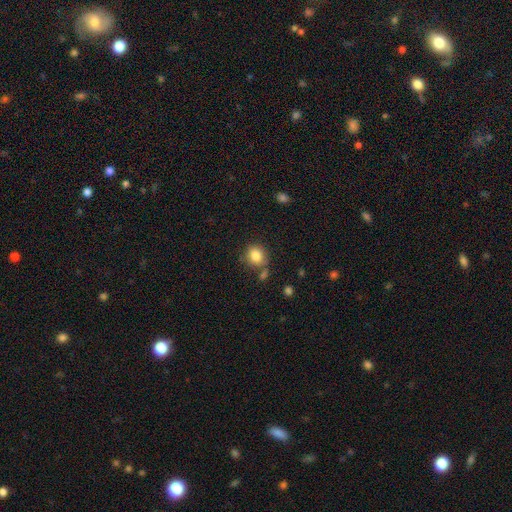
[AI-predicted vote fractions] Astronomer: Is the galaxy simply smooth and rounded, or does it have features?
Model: smooth — 84%.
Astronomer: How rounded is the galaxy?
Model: round — 75%.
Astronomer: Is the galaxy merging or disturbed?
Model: none — 71%.